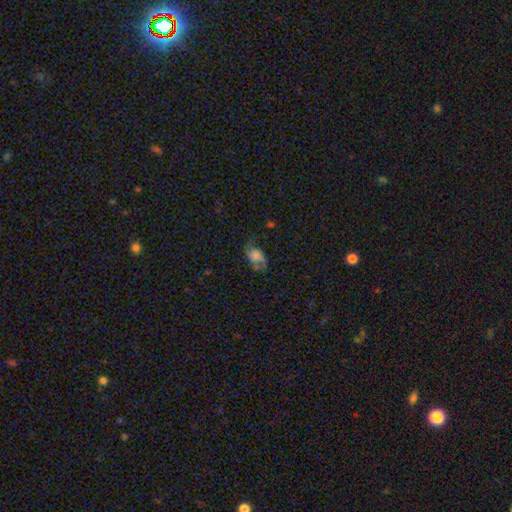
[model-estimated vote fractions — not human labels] A smooth galaxy with no disk features (53%) that is in between round and cigar-shaped (83%).

Vote fractions:
- Smooth or featured? smooth: 53% / featured or disk: 36% / star or artifact: 11%
- How rounded? in between: 83% / round: 15% / cigar-shaped: 2%
- Merging? none: 51% / minor disturbance: 28% / major disturbance: 18% / merger: 3%